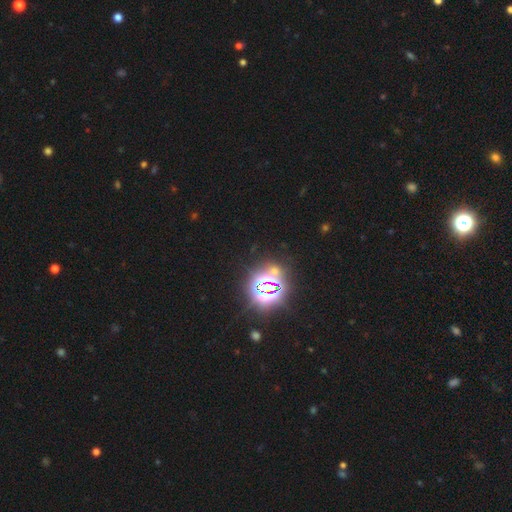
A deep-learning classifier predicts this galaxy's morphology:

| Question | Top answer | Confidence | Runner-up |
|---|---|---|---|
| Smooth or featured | star or artifact | 82% | smooth (12%) |